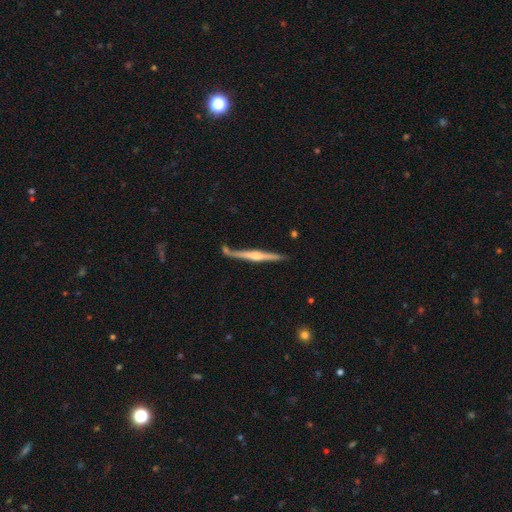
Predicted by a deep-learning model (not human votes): This is likely a featured or disk galaxy (73%). It is clearly viewed edge-on (98%). Edge-on bulge: likely rounded (76%). Merging: likely none (77%).